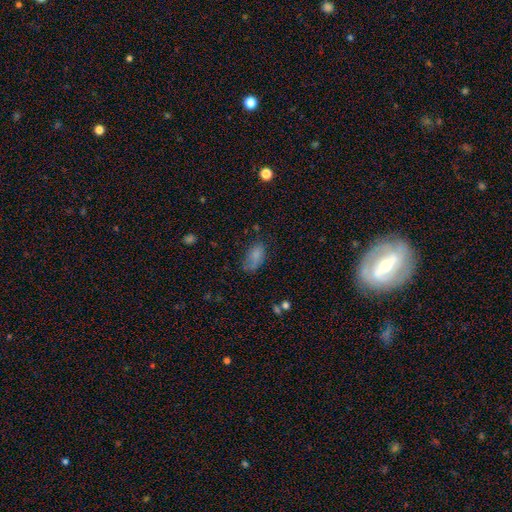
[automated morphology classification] Smooth or featured? Predicted: smooth (p=0.76). How rounded? Predicted: in between (p=0.91). Merging? Predicted: none (p=0.50).